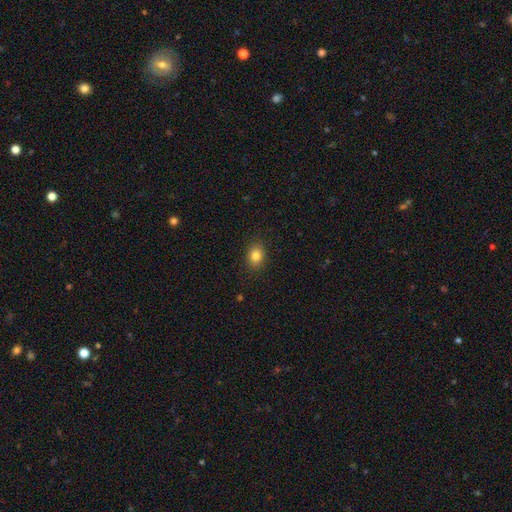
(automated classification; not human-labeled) Smooth or featured? Predicted: smooth (p=0.83). How rounded? Predicted: in between (p=0.59). Merging? Predicted: none (p=0.89).